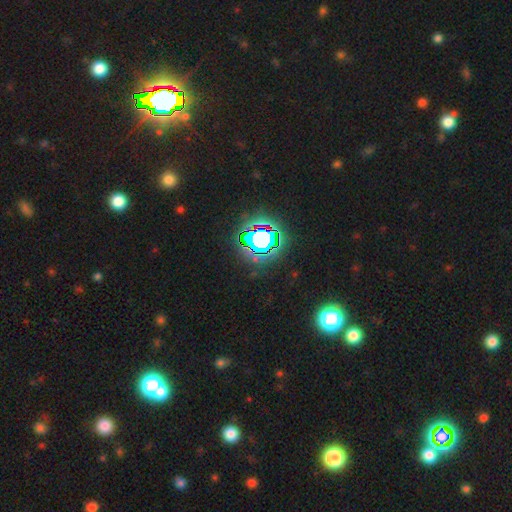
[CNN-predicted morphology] A star or artifact, not a galaxy (80%).